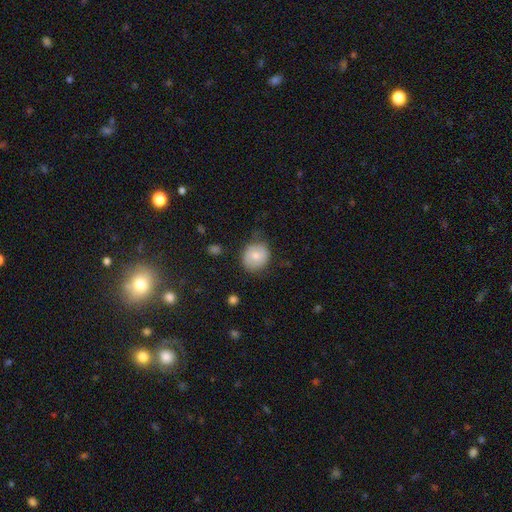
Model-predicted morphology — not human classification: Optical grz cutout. It shows a smooth galaxy with no disk features (69%) that is round (78%). Merging: none (75%).